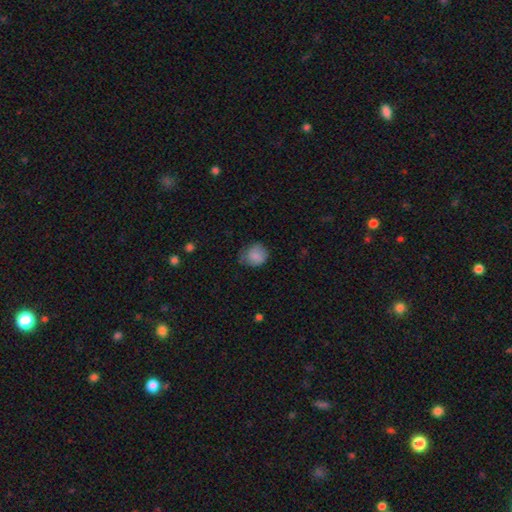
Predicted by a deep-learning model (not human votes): Q: Smooth or featured?
A: smooth (84%); runner-up: star or artifact (9%)
Q: How rounded?
A: round (76%); runner-up: in between (23%)
Q: Merging?
A: none (58%); runner-up: minor disturbance (32%)